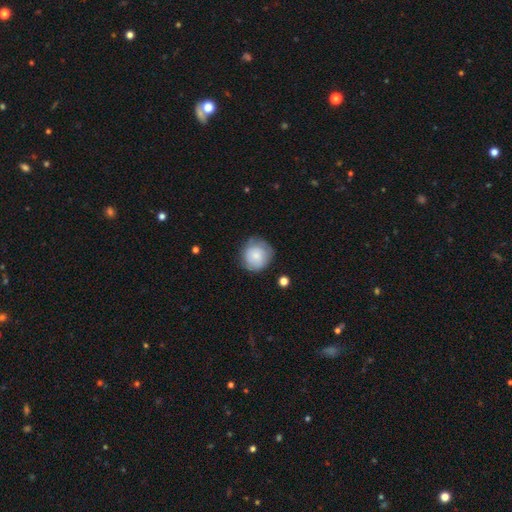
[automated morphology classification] This appears to be a smooth galaxy with no disk features (70%) that is round (89%). Merging: none (71%).